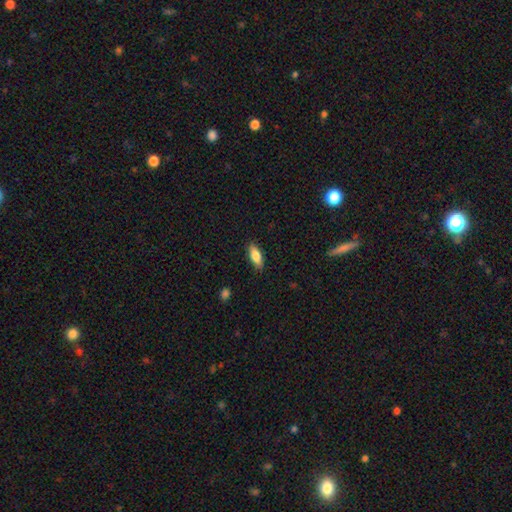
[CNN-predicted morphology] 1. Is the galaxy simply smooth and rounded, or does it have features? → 80% smooth, 14% featured or disk, 6% star or artifact.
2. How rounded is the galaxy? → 74% in between, 24% cigar-shaped, 2% round.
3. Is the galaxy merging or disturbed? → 86% none, 10% minor disturbance, 2% major disturbance, 1% merger.